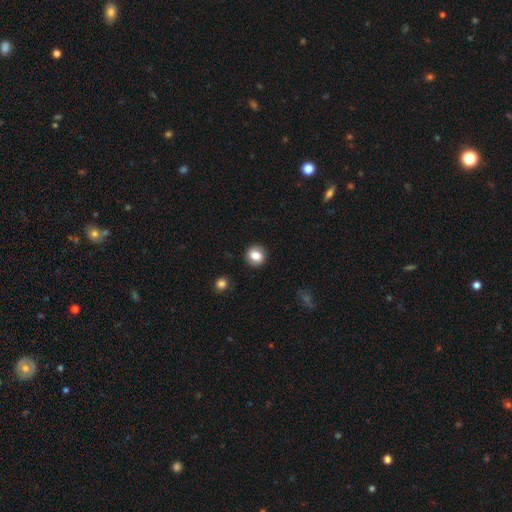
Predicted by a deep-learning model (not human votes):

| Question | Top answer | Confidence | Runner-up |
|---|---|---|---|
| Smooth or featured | smooth | 81% | star or artifact (10%) |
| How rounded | round | 88% | in between (11%) |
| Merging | none | 91% | minor disturbance (6%) |